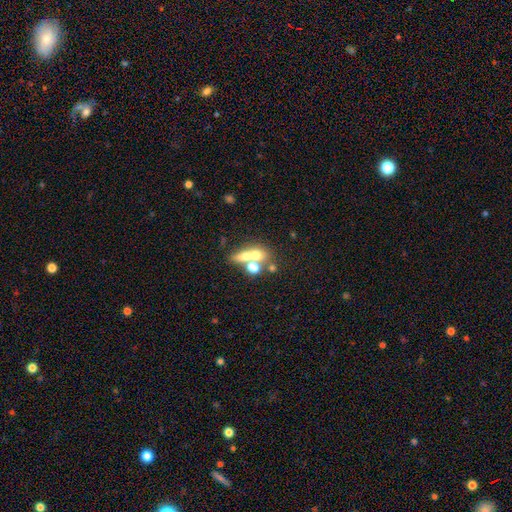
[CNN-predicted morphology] Smooth or featured: smooth — 55% (featured or disk — 31%)
How rounded: in between — 47% (round — 42%)
Merging: merger — 54% (none — 31%)